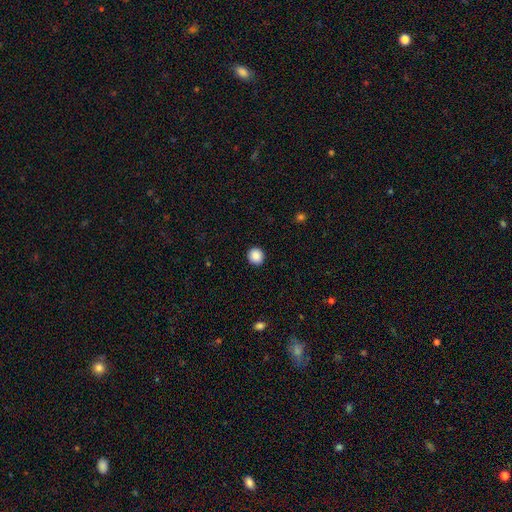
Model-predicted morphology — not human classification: Q: Smooth or featured?
A: smooth (89%); runner-up: star or artifact (9%)
Q: How rounded?
A: round (89%); runner-up: in between (10%)
Q: Merging?
A: none (92%); runner-up: minor disturbance (5%)